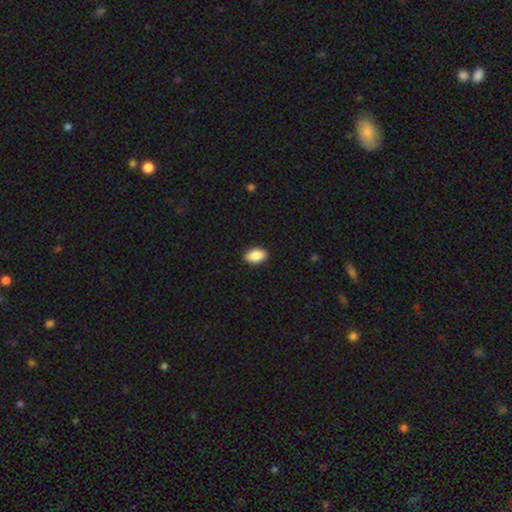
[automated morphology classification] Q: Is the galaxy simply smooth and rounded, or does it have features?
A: smooth — 88%.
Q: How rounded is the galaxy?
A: in between — 92%.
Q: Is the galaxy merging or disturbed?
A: none — 90%.